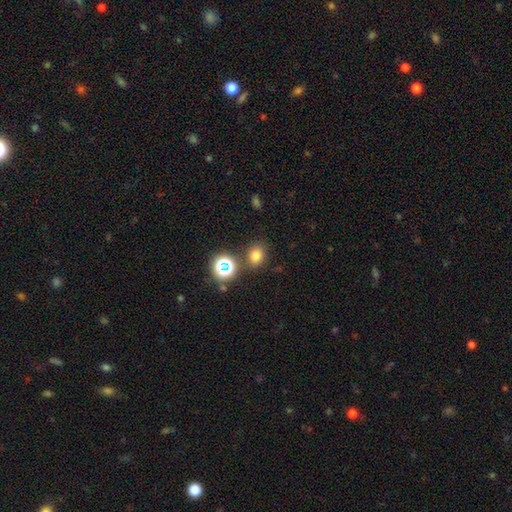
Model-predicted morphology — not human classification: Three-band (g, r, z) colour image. It shows a smooth galaxy with no disk features (72%) that is round (60%). Merging: none (78%).